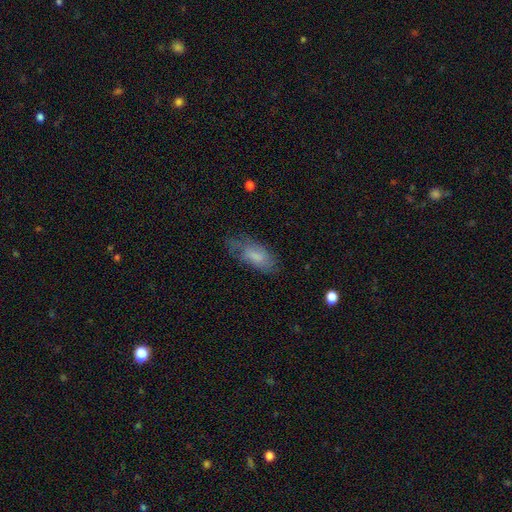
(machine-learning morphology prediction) Q: Smooth or featured?
A: smooth (69%); runner-up: featured or disk (23%)
Q: How rounded?
A: in between (82%); runner-up: cigar-shaped (15%)
Q: Merging?
A: none (56%); runner-up: minor disturbance (29%)